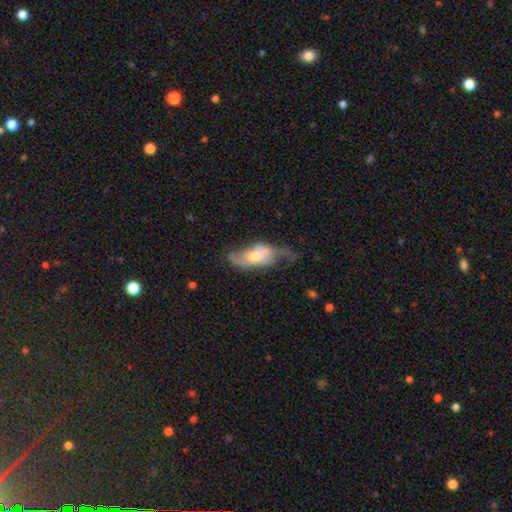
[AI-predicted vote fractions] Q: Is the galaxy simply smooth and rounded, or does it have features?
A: featured or disk — 65%.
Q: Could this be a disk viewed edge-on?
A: no — 87%.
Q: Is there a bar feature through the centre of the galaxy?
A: no — 62%.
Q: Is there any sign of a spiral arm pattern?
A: yes — 75%.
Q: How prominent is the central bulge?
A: moderate — 60%.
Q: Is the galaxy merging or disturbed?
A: none — 38%.